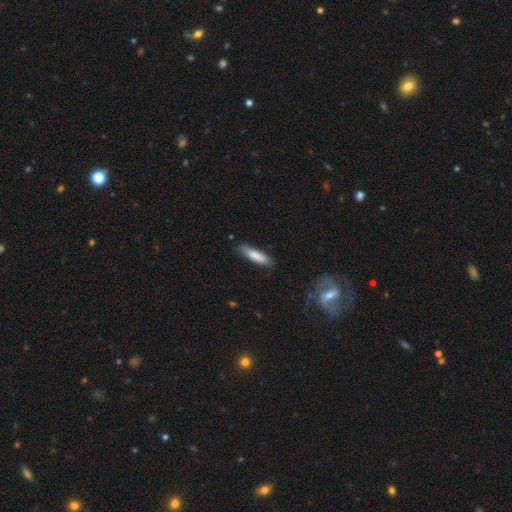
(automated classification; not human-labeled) smooth 80%, featured or disk 14%, star or artifact 6%. Down the decision tree: how rounded — cigar-shaped (68%); merging — none (80%).